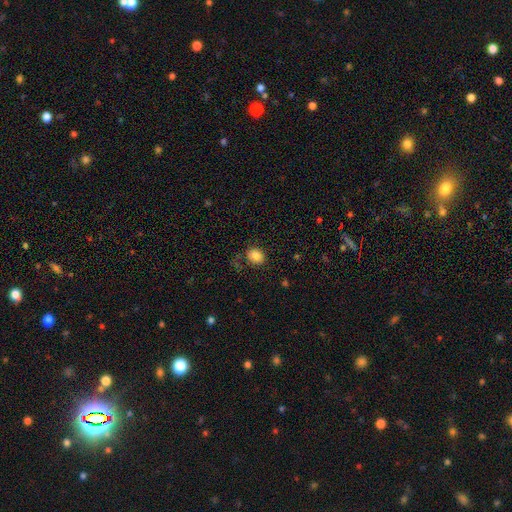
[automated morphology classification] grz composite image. It shows a smooth galaxy with no disk features (84%) that is round (52%). Merging: none (78%).